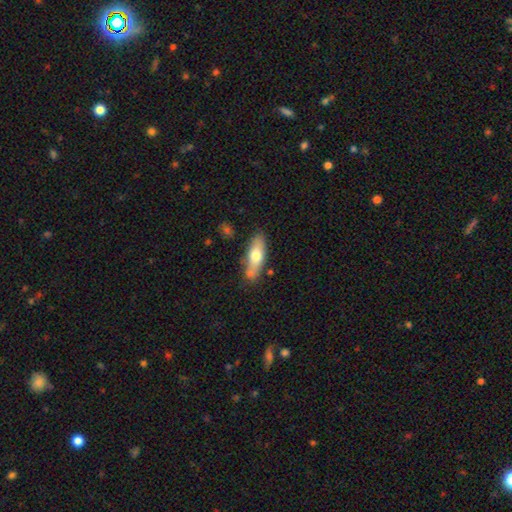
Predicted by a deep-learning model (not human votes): smooth-or-featured: smooth: 64% | featured or disk: 30% | star or artifact: 6%
  how-rounded: in between: 59% | cigar-shaped: 38% | round: 3%
  merging: none: 74% | minor disturbance: 16% | merger: 7% | major disturbance: 3%